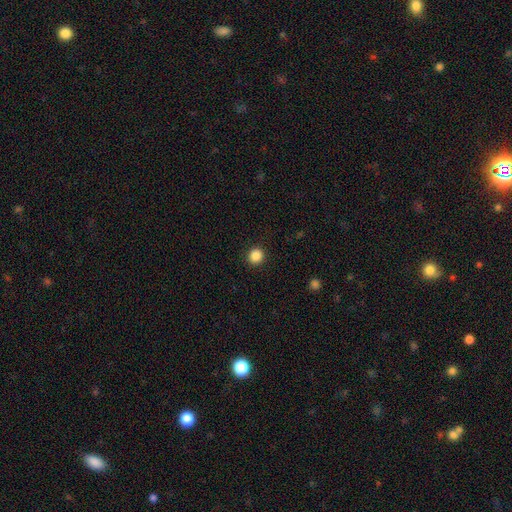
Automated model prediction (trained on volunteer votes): Smooth or featured: smooth — 87% (star or artifact — 10%)
How rounded: round — 94% (in between — 5%)
Merging: none — 93% (minor disturbance — 4%)